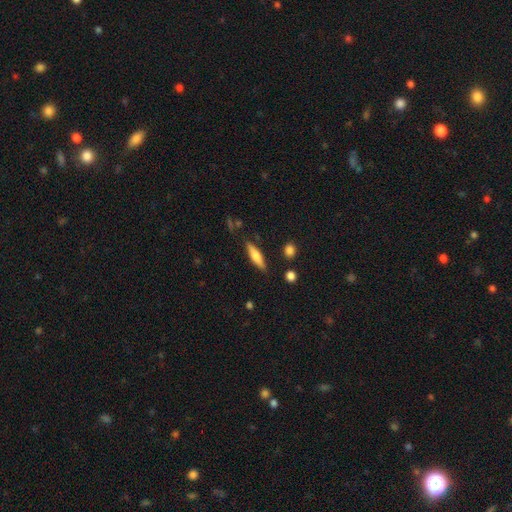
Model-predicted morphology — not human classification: This is possibly a smooth galaxy (58%). How rounded: likely cigar-shaped (71%). Merging: clearly none (84%).